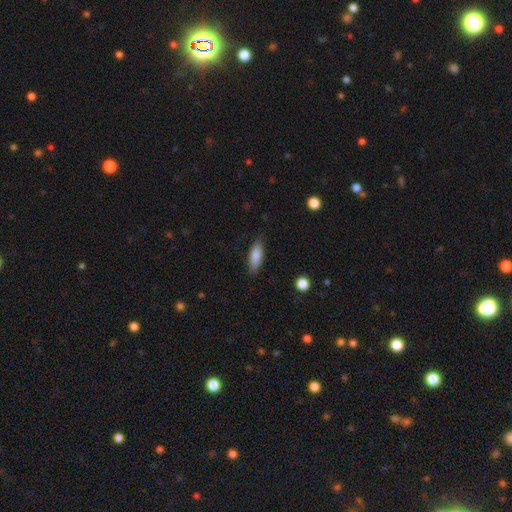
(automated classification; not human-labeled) Overall: smooth (84%). How rounded: in between (63%; cigar-shaped 35%). Merging: none (81%).